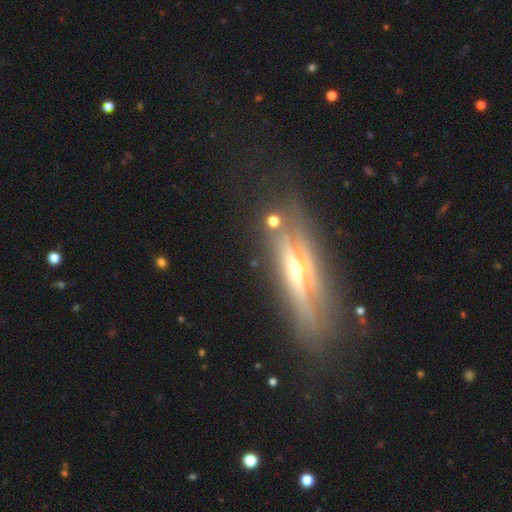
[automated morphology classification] featured or disk 73%, smooth 17%, star or artifact 10%. Down the decision tree: edge-on disk — yes (80%); edge-on bulge — rounded (83%); merging — none (67%).